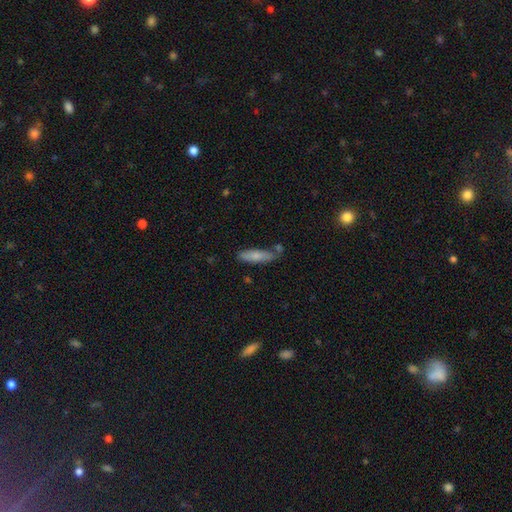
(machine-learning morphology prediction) The model was most divided on "how rounded": cigar-shaped: 65%, in between: 33%, round: 2%. More confident: smooth or featured — smooth (75%); merging — none (67%).